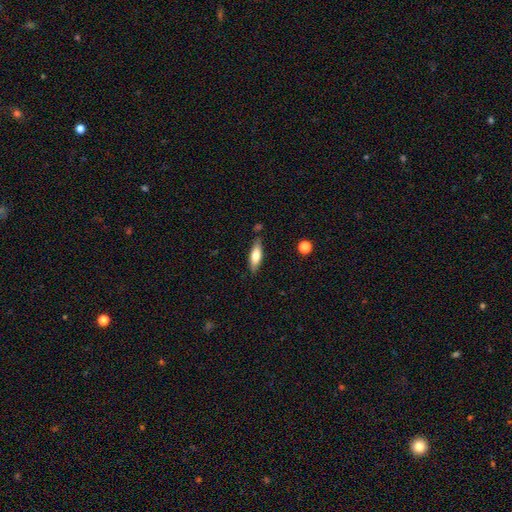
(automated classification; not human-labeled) This appears to be a smooth galaxy with no disk features (71%) that is in between round and cigar-shaped (55%). Merging: none (79%).